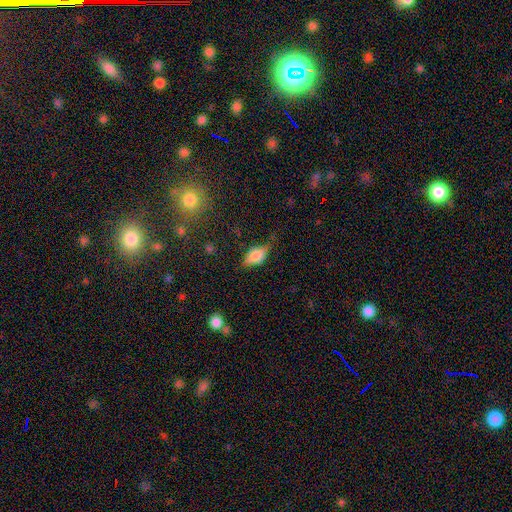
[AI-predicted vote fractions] Q: Smooth or featured?
A: smooth (63%); runner-up: featured or disk (28%)
Q: How rounded?
A: in between (84%); runner-up: cigar-shaped (9%)
Q: Merging?
A: none (58%); runner-up: minor disturbance (29%)